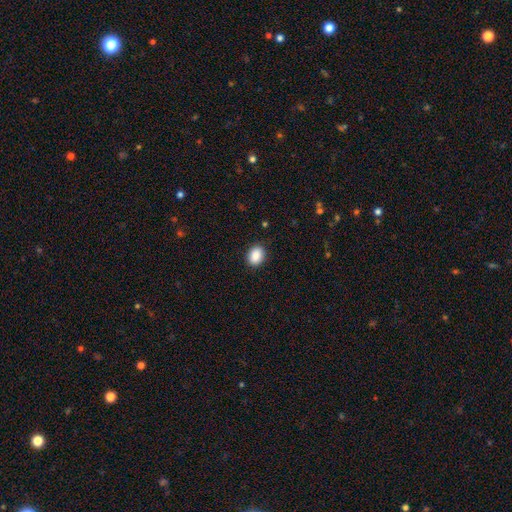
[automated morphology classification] smooth 89%, star or artifact 8%, featured or disk 3%. Down the decision tree: how rounded — in between (67%); merging — none (89%).